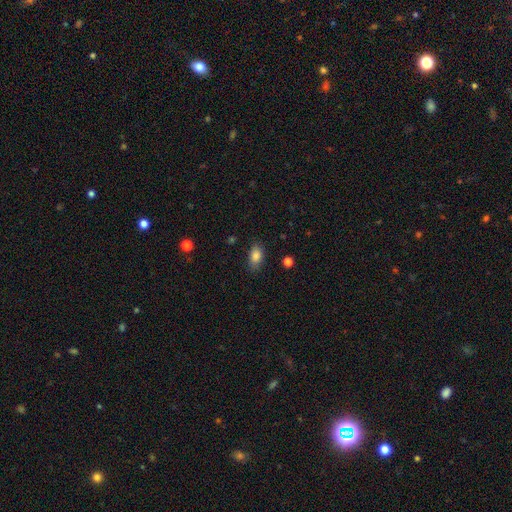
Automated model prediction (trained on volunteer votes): smooth-or-featured: smooth: 84% | star or artifact: 9% | featured or disk: 7%
  how-rounded: in between: 87% | round: 9% | cigar-shaped: 3%
  merging: none: 81% | minor disturbance: 15% | major disturbance: 3% | merger: 1%